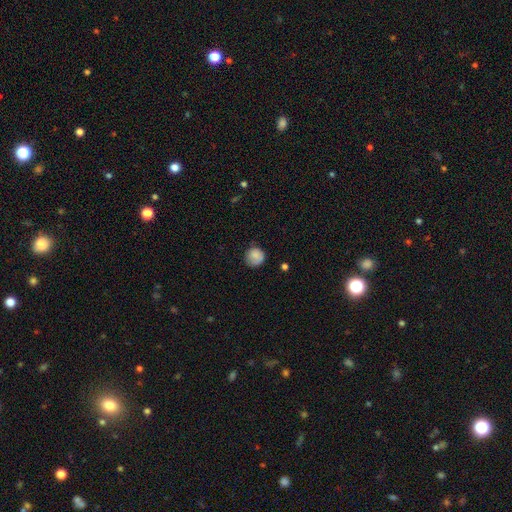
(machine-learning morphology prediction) smooth-or-featured: smooth: 82% | featured or disk: 10% | star or artifact: 8%
  how-rounded: round: 89% | in between: 11% | cigar-shaped: 1%
  merging: none: 71% | minor disturbance: 23% | major disturbance: 5% | merger: 1%